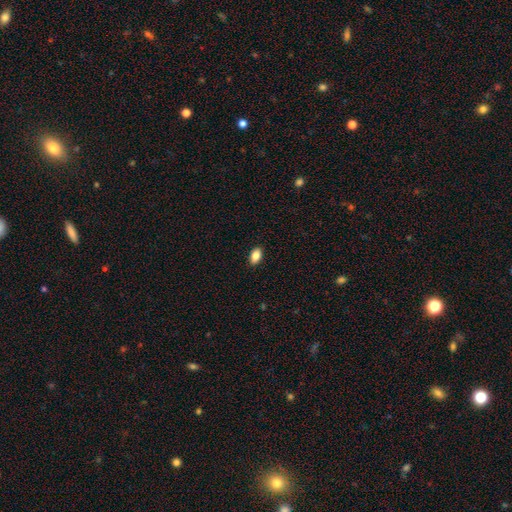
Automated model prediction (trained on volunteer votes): Smooth or featured? smooth (86%)
How rounded? in between (90%)
Merging? none (89%)